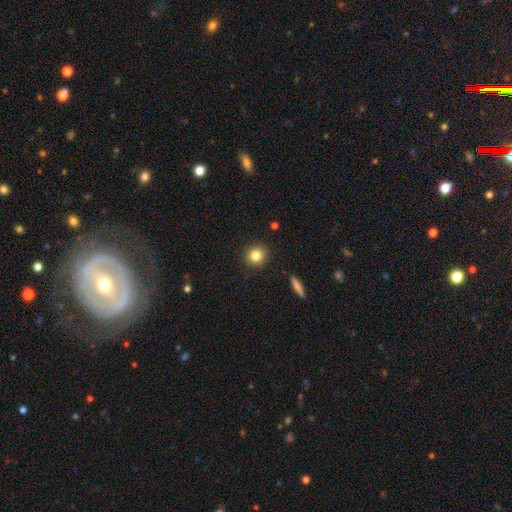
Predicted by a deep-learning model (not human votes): Smooth or featured? Predicted: smooth (p=0.82). How rounded? Predicted: round (p=0.91). Merging? Predicted: none (p=0.92).